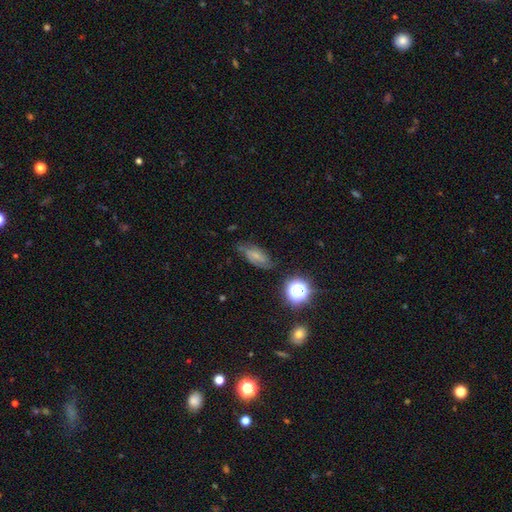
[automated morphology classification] smooth-or-featured: featured or disk: 43% | smooth: 41% | star or artifact: 16%
  merging: none: 64% | minor disturbance: 26% | major disturbance: 8% | merger: 3%